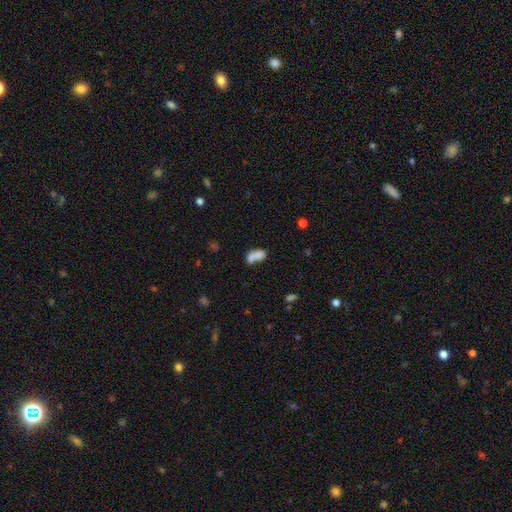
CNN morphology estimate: Smooth or featured? Predicted: smooth (p=0.74). How rounded? Predicted: in between (p=0.84). Merging? Predicted: merger (p=0.34).